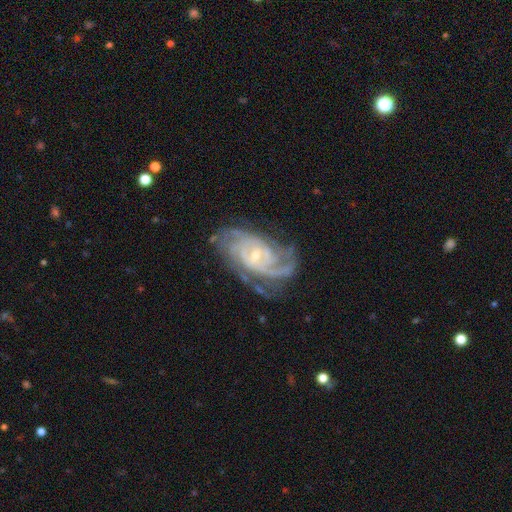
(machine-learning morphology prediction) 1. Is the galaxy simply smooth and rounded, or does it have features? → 91% featured or disk, 5% star or artifact, 4% smooth.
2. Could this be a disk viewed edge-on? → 97% no, 3% yes.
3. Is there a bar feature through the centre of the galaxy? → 45% no, 43% weak, 12% strong.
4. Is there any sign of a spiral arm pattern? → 98% yes, 2% no.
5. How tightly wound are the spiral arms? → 60% tight, 34% medium, 6% loose.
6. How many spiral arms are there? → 26% 3, 25% 2, 21% can't tell, 15% 4, 7% more than 4, 6% 1.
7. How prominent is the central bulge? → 67% small, 28% moderate, 2% none, 1% large, 1% dominant.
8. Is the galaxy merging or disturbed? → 69% none, 19% minor disturbance, 10% major disturbance, 2% merger.